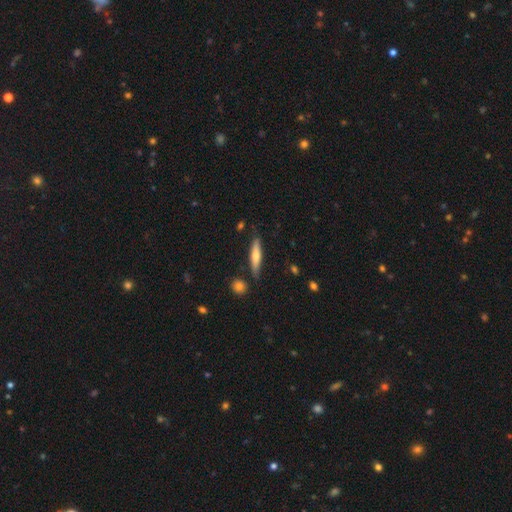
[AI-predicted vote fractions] Q: Smooth or featured?
A: smooth (54%); runner-up: featured or disk (40%)
Q: How rounded?
A: cigar-shaped (84%); runner-up: in between (14%)
Q: Merging?
A: none (82%); runner-up: minor disturbance (12%)